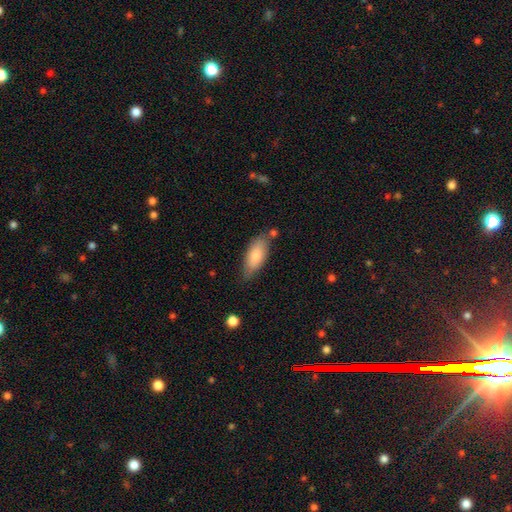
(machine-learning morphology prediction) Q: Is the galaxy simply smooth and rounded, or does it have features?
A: smooth — 79%.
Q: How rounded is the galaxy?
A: in between — 81%.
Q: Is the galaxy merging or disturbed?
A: none — 67%.